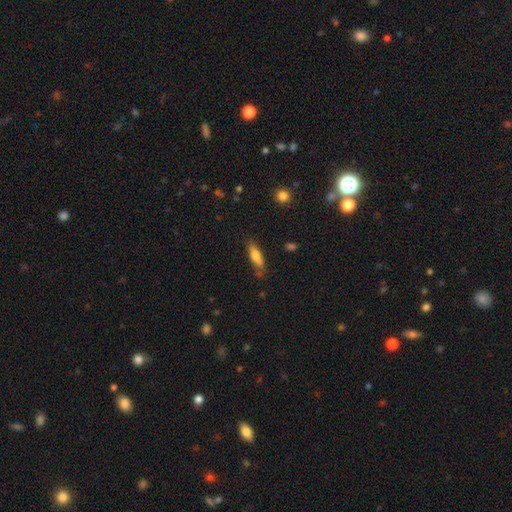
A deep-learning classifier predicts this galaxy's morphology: Smooth or featured: smooth — 69% (featured or disk — 24%)
How rounded: cigar-shaped — 54% (in between — 44%)
Merging: none — 71% (minor disturbance — 21%)